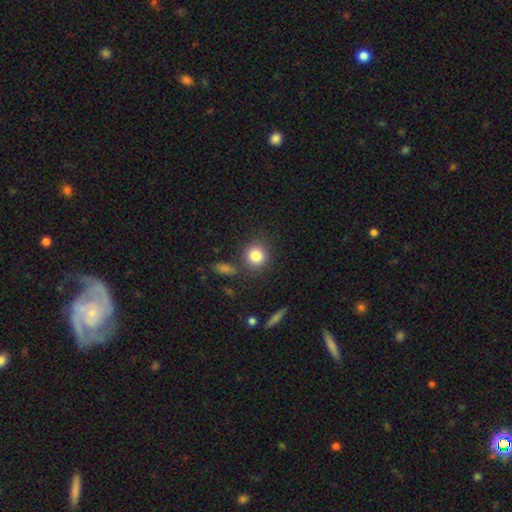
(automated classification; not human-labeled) Q: Smooth or featured?
A: smooth (84%); runner-up: star or artifact (10%)
Q: How rounded?
A: round (87%); runner-up: in between (12%)
Q: Merging?
A: none (81%); runner-up: minor disturbance (10%)